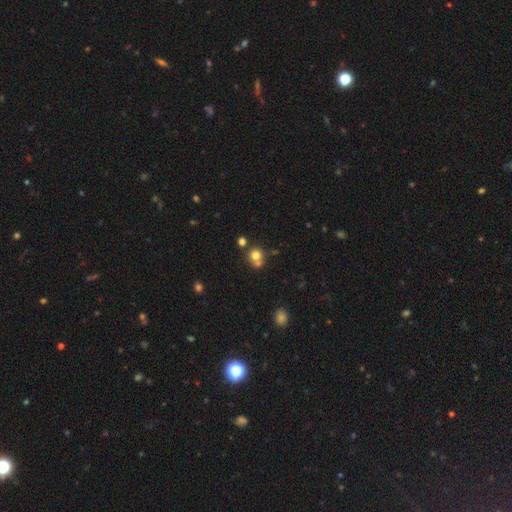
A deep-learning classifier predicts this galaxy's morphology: Smooth or featured?
  - smooth: 76% *
  - star or artifact: 14%
  - featured or disk: 11%
How rounded?
  - round: 87% *
  - in between: 12%
  - cigar-shaped: 1%
Merging?
  - none: 55% *
  - merger: 33%
  - minor disturbance: 9%
  - major disturbance: 3%